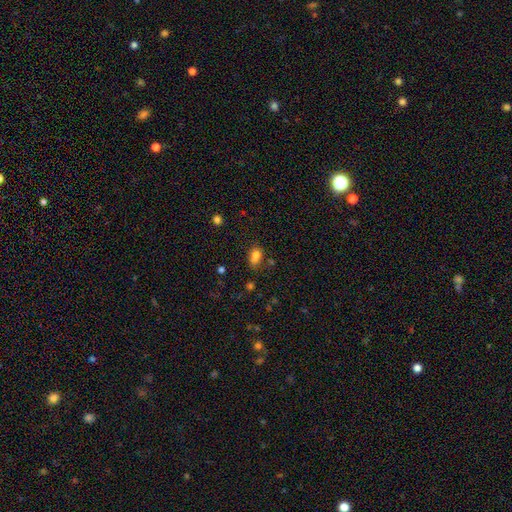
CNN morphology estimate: A smooth galaxy with no disk features (80%) that is in between round and cigar-shaped (77%). Merging: none (55%).